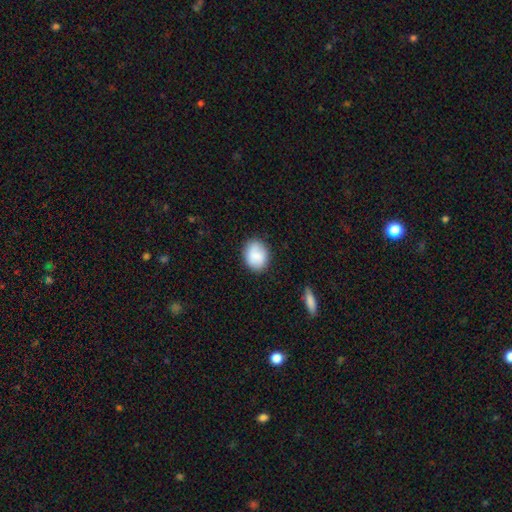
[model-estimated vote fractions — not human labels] Smooth or featured? Predicted: smooth (p=0.83). How rounded? Predicted: round (p=0.50). Merging? Predicted: none (p=0.82).